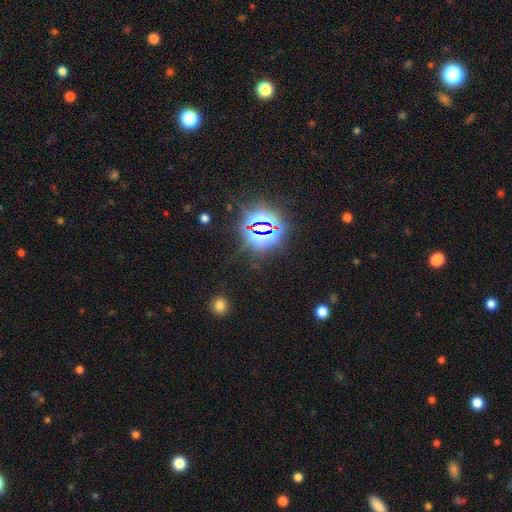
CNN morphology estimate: smooth_or_featured: star or artifact (p=0.82) [alt: smooth p=0.11]